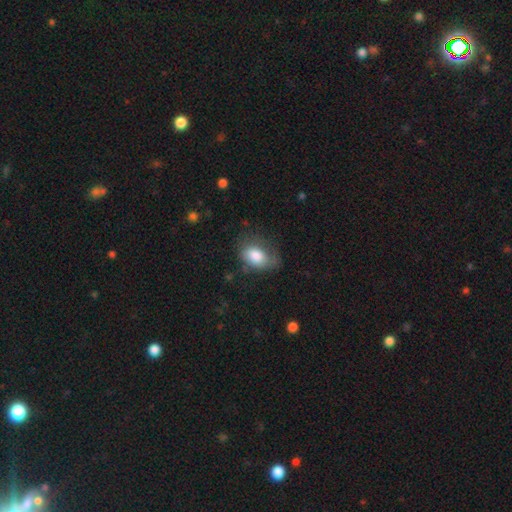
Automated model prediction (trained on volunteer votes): Overall: smooth (78%). How rounded: in between (80%). Merging: none (47%; minor disturbance 32%).